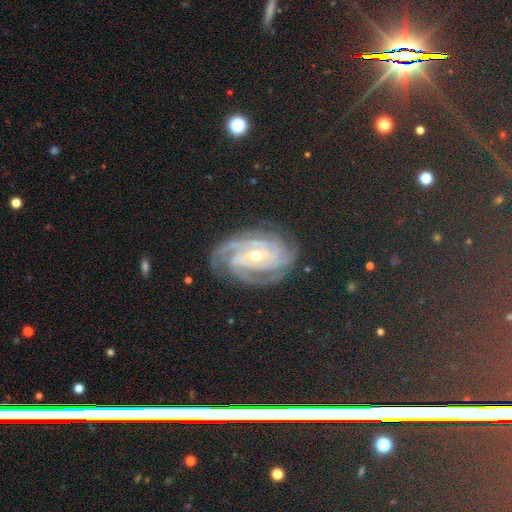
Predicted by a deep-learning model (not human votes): Smooth or featured? featured or disk (78%)
Edge-on disk? no (97%)
Bar? no (55%)
Spiral arms? yes (98%)
Spiral winding? tight (80%)
Spiral arm count? 3 (26%)
Bulge size? small (50%)
Merging? none (81%)